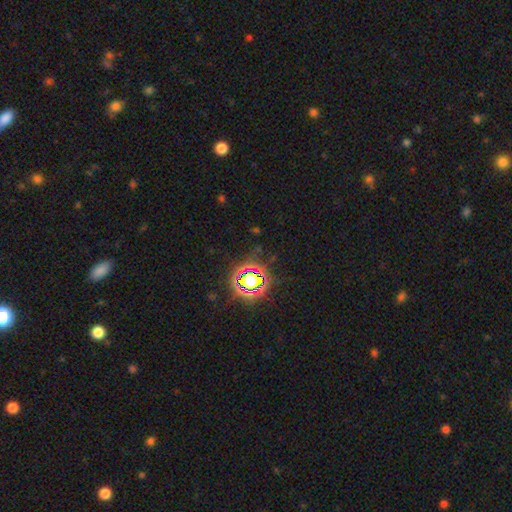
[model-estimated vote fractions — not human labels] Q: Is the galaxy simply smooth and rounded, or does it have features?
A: star or artifact — 78%.